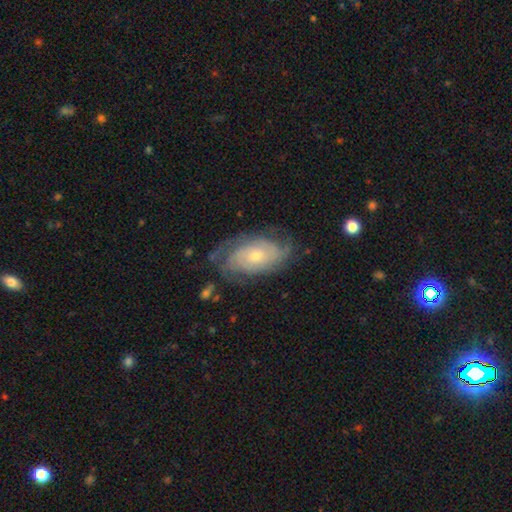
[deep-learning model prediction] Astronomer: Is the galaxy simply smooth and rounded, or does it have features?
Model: featured or disk — 78%.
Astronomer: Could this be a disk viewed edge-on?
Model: no — 95%.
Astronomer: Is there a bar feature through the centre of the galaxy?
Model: no — 77%.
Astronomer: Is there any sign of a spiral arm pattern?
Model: yes — 92%.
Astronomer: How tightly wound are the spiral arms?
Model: tight — 62%.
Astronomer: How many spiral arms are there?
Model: can't tell — 38% (runner-up: 2, 29%).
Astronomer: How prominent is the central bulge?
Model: small — 58% (runner-up: moderate, 37%).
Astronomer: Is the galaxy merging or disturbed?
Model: none — 65%.